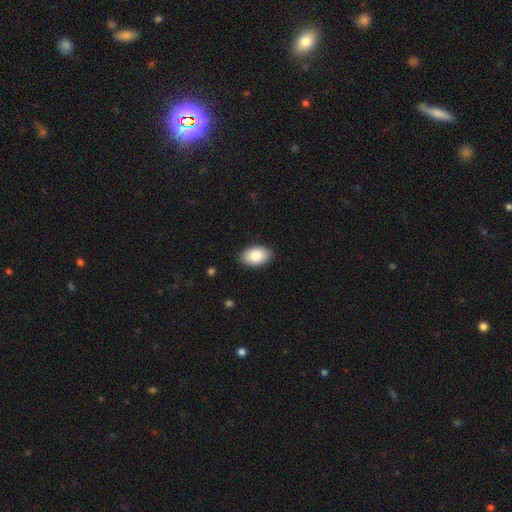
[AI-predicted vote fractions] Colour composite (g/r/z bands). It shows a smooth galaxy with no disk features (84%) that is in between round and cigar-shaped (92%). Merging: none (89%).